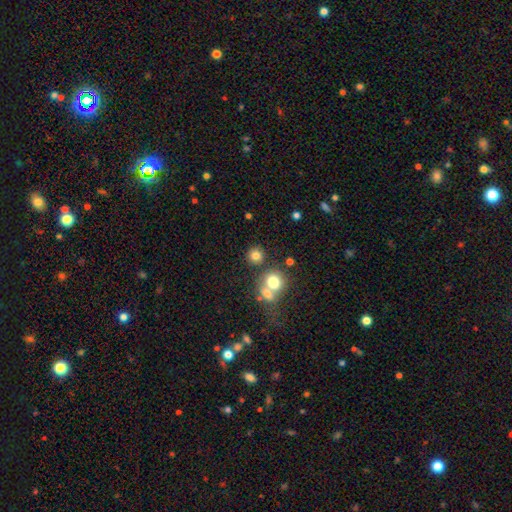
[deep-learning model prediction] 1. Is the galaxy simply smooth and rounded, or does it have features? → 78% smooth, 14% star or artifact, 9% featured or disk.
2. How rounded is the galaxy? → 89% round, 10% in between, 1% cigar-shaped.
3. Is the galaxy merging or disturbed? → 71% none, 18% merger, 7% minor disturbance, 4% major disturbance.